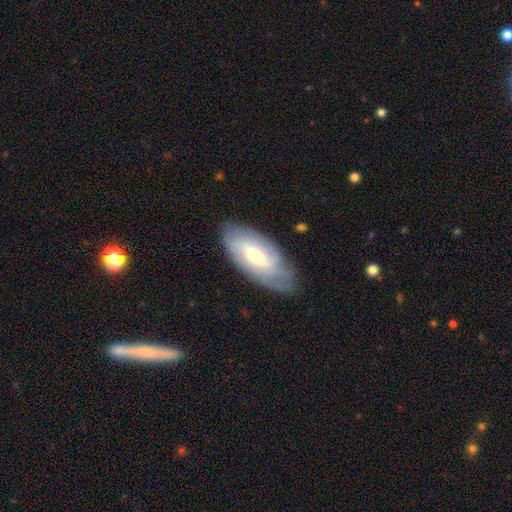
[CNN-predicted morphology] This appears to be a featured or disk galaxy (54%). Merging: none (75%).